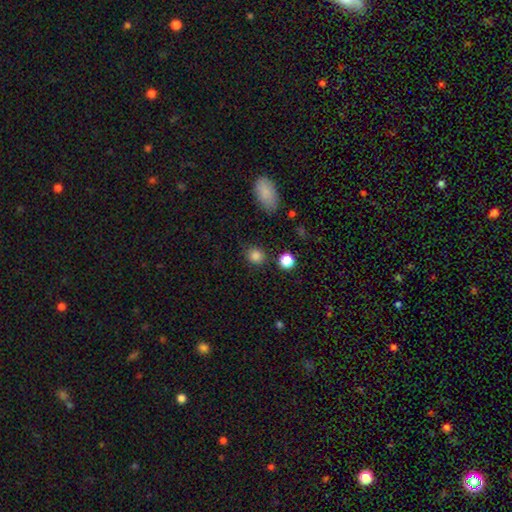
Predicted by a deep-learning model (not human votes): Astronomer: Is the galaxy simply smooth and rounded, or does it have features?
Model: smooth — 84%.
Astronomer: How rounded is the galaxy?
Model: round — 80%.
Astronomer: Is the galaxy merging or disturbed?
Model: none — 84%.